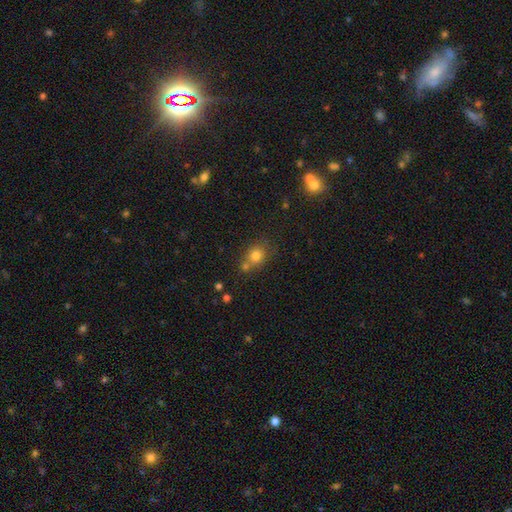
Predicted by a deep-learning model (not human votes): A smooth galaxy with no disk features (79%) that is round (69%).

Vote fractions:
- Smooth or featured? smooth: 79% / star or artifact: 13% / featured or disk: 9%
- How rounded? round: 69% / in between: 30% / cigar-shaped: 1%
- Merging? none: 56% / merger: 28% / minor disturbance: 12% / major disturbance: 4%